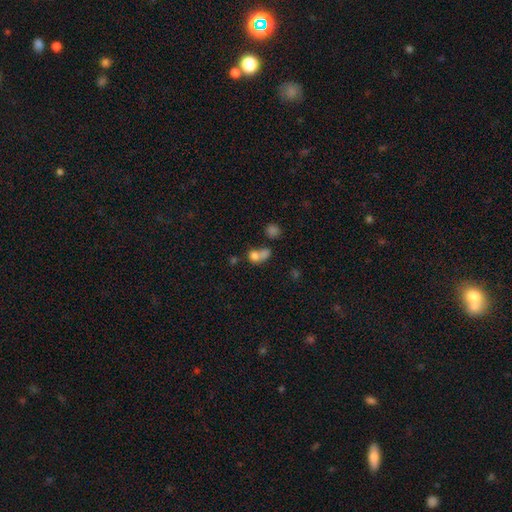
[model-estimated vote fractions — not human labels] Overall: smooth (73%). How rounded: round (54%; in between 44%). Merging: merger (57%; none 24%).